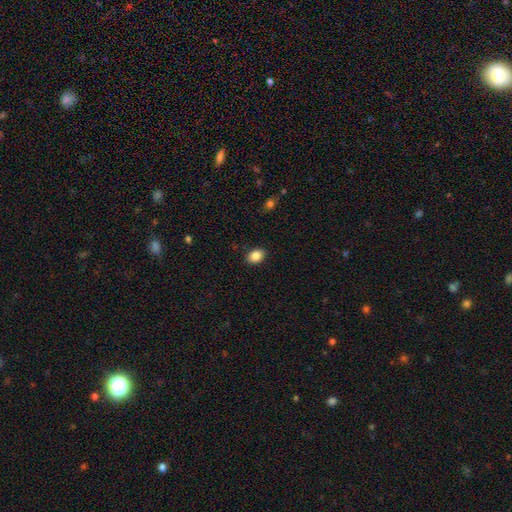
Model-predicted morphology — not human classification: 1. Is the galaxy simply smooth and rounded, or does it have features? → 87% smooth, 8% star or artifact, 4% featured or disk.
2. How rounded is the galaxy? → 73% in between, 26% round, 1% cigar-shaped.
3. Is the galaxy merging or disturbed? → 89% none, 8% minor disturbance, 2% major disturbance, 1% merger.